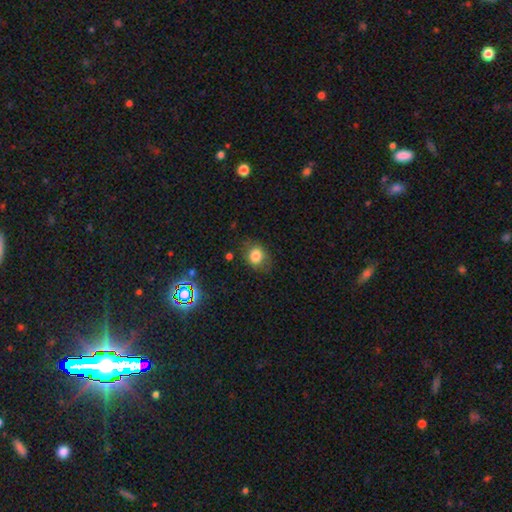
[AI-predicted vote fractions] Smooth or featured? smooth (79%)
How rounded? in between (51%)
Merging? none (70%)